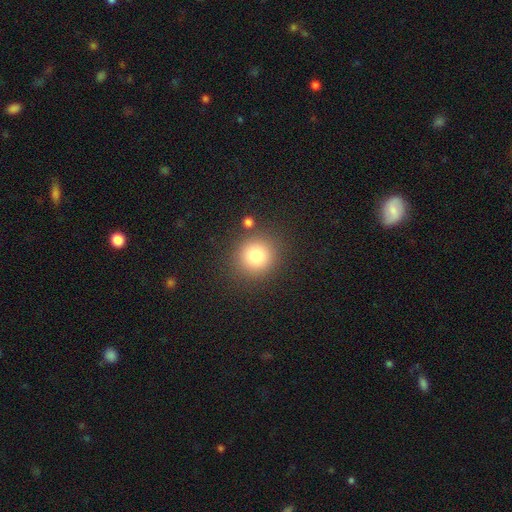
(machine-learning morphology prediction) Smooth or featured? Predicted: smooth (p=0.82). How rounded? Predicted: round (p=0.89). Merging? Predicted: none (p=0.84).